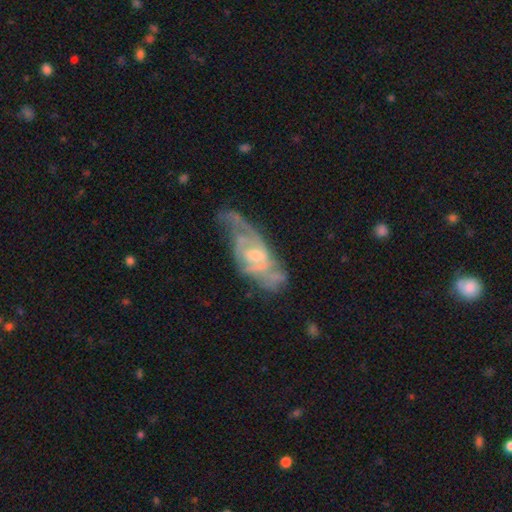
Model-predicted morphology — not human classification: The model was most divided on "bar": weak: 45%, no: 44%, strong: 10%. Remaining: edge-on disk — no (90%); spiral arms — yes (81%); smooth or featured — featured or disk (79%); bulge size — small (47%); spiral arm count — 2 (41%); spiral winding — medium (41%); merging — none (41%).